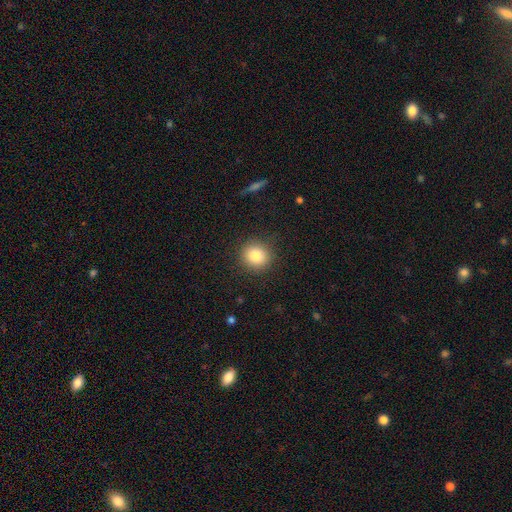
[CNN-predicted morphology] smooth-or-featured: smooth: 84% | star or artifact: 10% | featured or disk: 6%
  how-rounded: round: 89% | in between: 10% | cigar-shaped: 1%
  merging: none: 90% | minor disturbance: 7% | major disturbance: 2% | merger: 1%